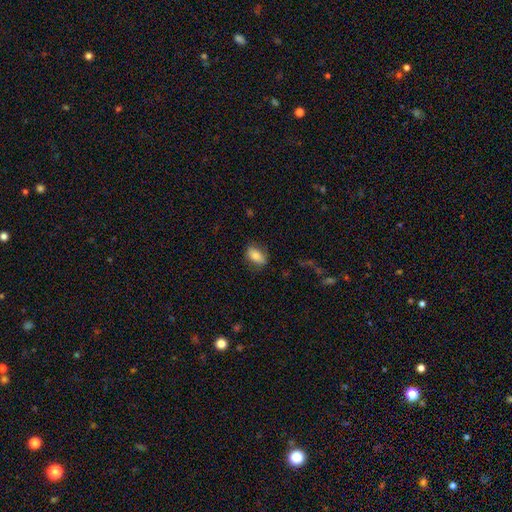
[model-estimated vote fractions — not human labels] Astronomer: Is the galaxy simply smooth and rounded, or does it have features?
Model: smooth — 80%.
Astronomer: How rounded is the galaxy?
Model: in between — 88%.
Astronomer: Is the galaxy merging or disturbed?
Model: none — 78%.